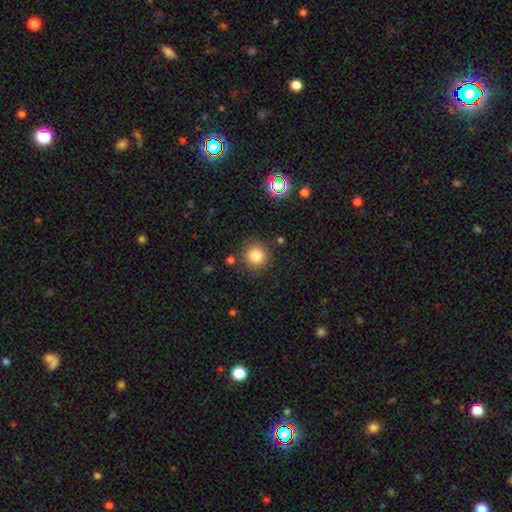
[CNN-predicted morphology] smooth 82%, star or artifact 12%, featured or disk 6%. Down the decision tree: how rounded — round (93%); merging — none (86%).